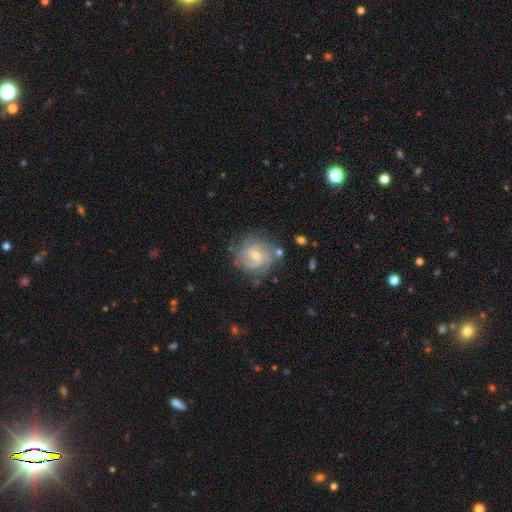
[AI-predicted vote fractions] This is clearly a featured or disk galaxy (82%). It is clearly not viewed edge-on (98%). Bar: possibly no (54%). Spiral arm pattern: clearly yes (95%). Spiral arm count: marginally 2 (29%). Spiral winding: likely tight (62%). Central bulge: possibly small (52%). Merging: likely none (74%).